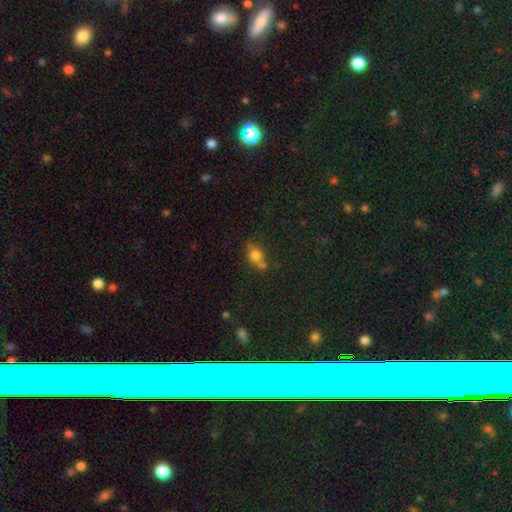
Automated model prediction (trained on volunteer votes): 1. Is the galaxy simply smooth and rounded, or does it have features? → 73% smooth, 14% featured or disk, 13% star or artifact.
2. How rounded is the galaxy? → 53% round, 43% in between, 3% cigar-shaped.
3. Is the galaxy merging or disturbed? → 47% none, 30% merger, 17% minor disturbance, 6% major disturbance.